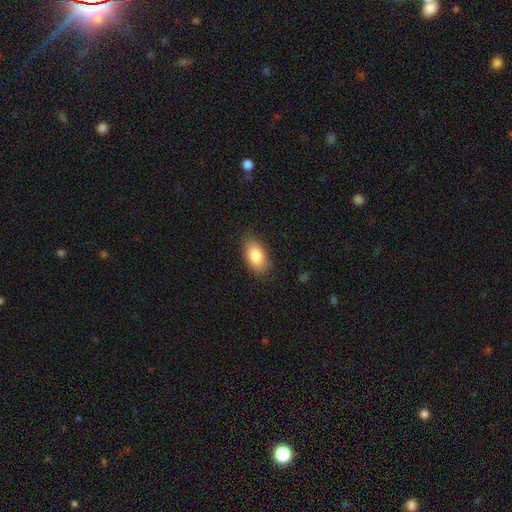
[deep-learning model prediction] The model was most divided on "merging": none: 84%, minor disturbance: 13%, major disturbance: 3%, merger: 1%. More confident: how rounded — in between (92%); smooth or featured — smooth (85%).